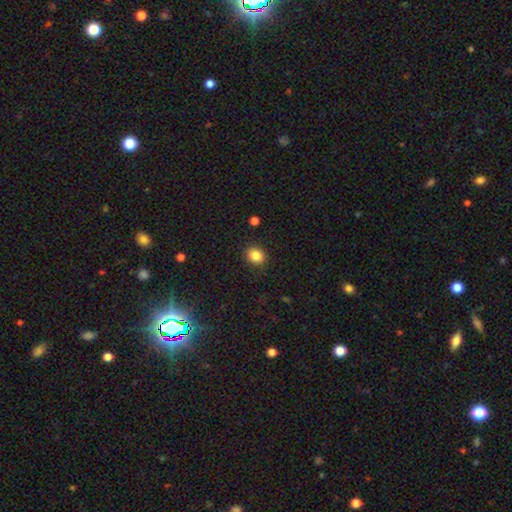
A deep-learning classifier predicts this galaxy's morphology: smooth_or_featured: smooth (p=0.85) [alt: star or artifact p=0.10]
how_rounded: round (p=0.60) [alt: in between p=0.39]
merging: none (p=0.87) [alt: minor disturbance p=0.09]